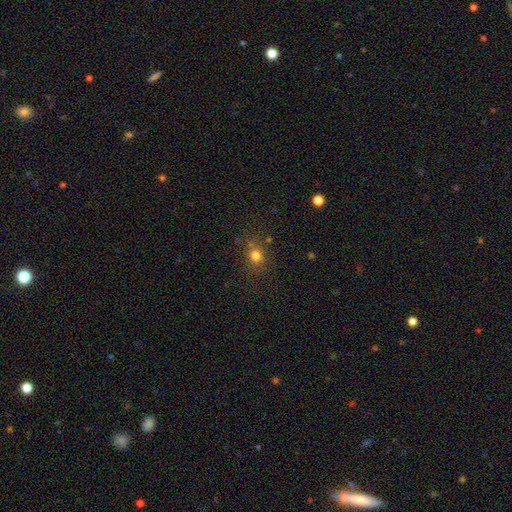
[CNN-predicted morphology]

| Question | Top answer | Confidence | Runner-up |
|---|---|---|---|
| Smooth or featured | smooth | 77% | star or artifact (16%) |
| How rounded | round | 80% | in between (18%) |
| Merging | none | 75% | minor disturbance (14%) |